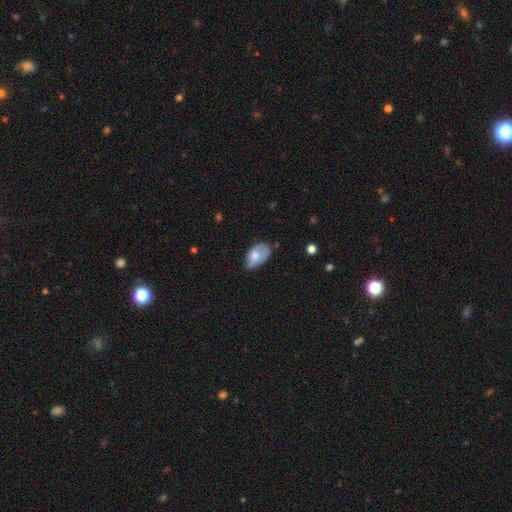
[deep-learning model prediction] Morphology: type=smooth (61%); roundness=in between (91%); merging=minor disturbance (42%).